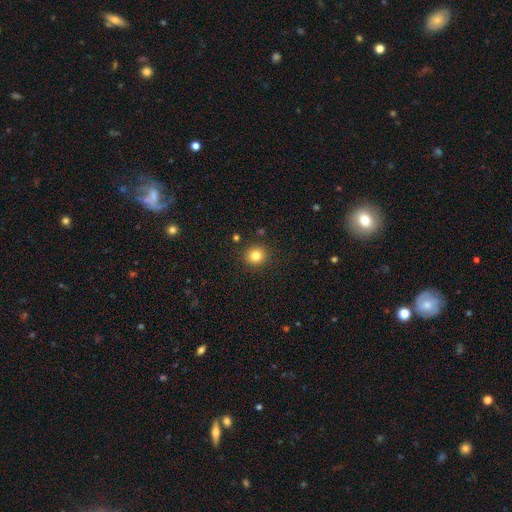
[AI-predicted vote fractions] This appears to be a smooth galaxy with no disk features (82%) that is round (88%). Merging: none (90%).